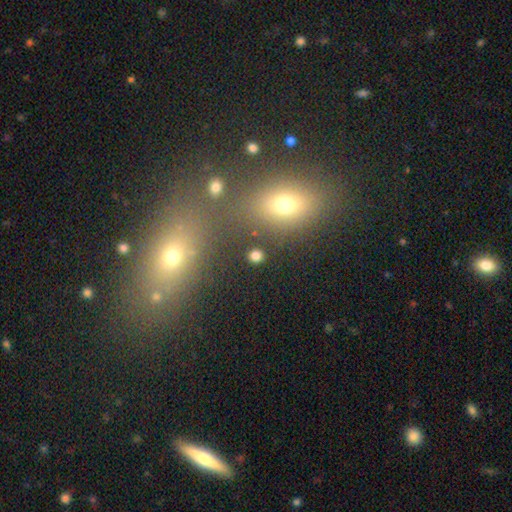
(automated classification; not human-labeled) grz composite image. It shows a smooth galaxy with no disk features (78%) that is round (82%). Merging: none (88%).